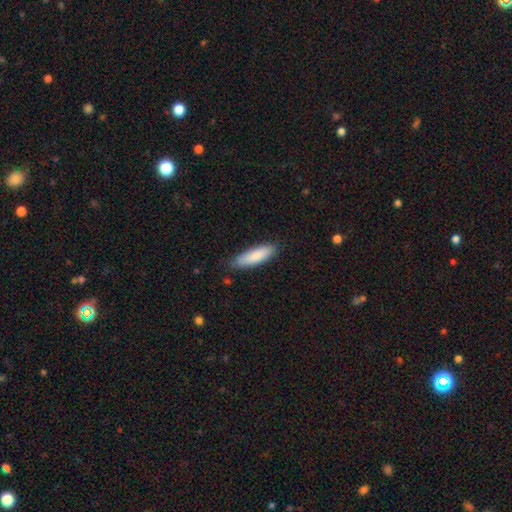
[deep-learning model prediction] Smooth or featured?
  - smooth: 84% *
  - featured or disk: 11%
  - star or artifact: 5%
How rounded?
  - cigar-shaped: 54% *
  - in between: 45%
  - round: 1%
Merging?
  - none: 81% *
  - minor disturbance: 16%
  - major disturbance: 2%
  - merger: 1%